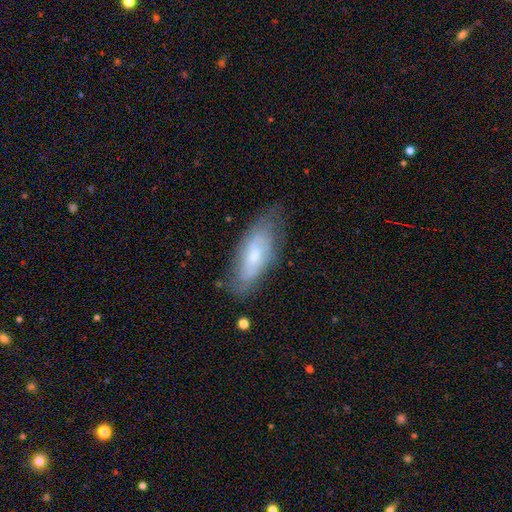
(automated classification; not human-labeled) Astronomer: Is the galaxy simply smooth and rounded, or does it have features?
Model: featured or disk — 49% (runner-up: smooth, 42%).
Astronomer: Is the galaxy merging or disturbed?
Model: none — 73%.